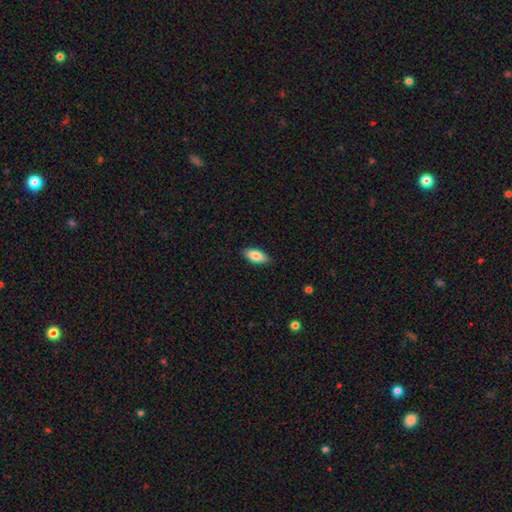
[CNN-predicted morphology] smooth_or_featured: smooth (p=0.86) [alt: featured or disk p=0.08]
how_rounded: in between (p=0.88) [alt: cigar-shaped p=0.10]
merging: none (p=0.88) [alt: minor disturbance p=0.10]